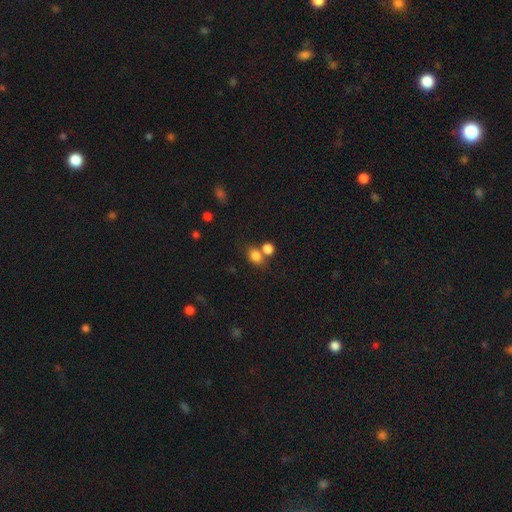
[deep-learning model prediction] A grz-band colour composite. It shows a smooth galaxy with no disk features (81%) that is in between round and cigar-shaped (55%). Merging: none (53%).